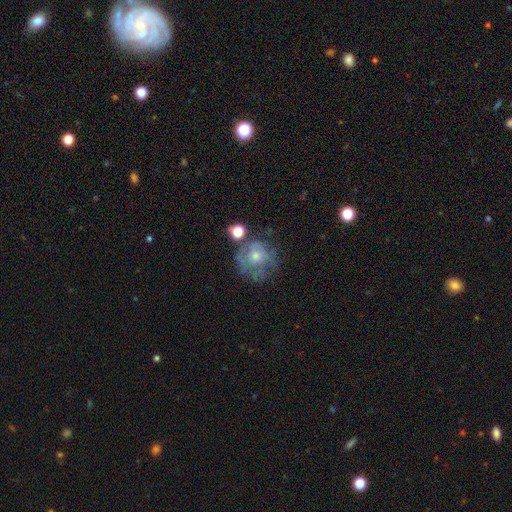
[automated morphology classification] A featured or disk galaxy (57%) with no bar (83%), spiral arms (58%) and a small central bulge (47%). Merging: none (58%).